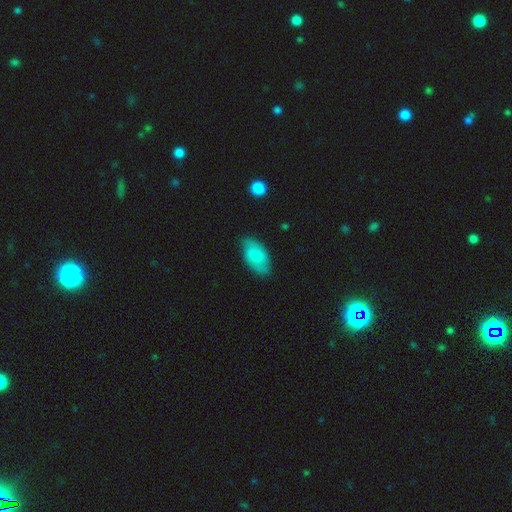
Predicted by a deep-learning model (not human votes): This appears to be a smooth galaxy with no disk features (74%) that is in between round and cigar-shaped (94%). Merging: none (77%).